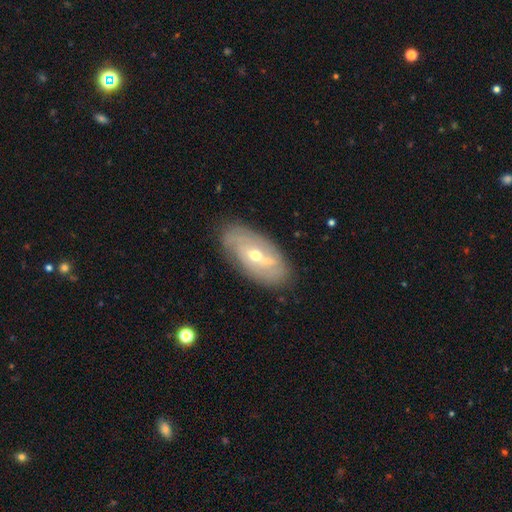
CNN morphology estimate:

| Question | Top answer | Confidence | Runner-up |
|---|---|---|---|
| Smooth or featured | featured or disk | 71% | smooth (22%) |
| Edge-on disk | no | 89% | yes (11%) |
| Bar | no | 45% | weak (39%) |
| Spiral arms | yes | 77% | no (23%) |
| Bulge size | moderate | 55% | small (41%) |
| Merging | none | 77% | minor disturbance (15%) |